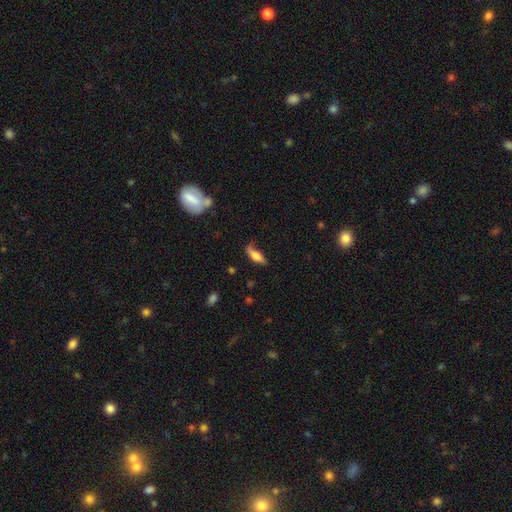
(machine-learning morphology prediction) This appears to be a smooth galaxy with no disk features (64%) that is in between round and cigar-shaped (58%). Merging: none (53%).